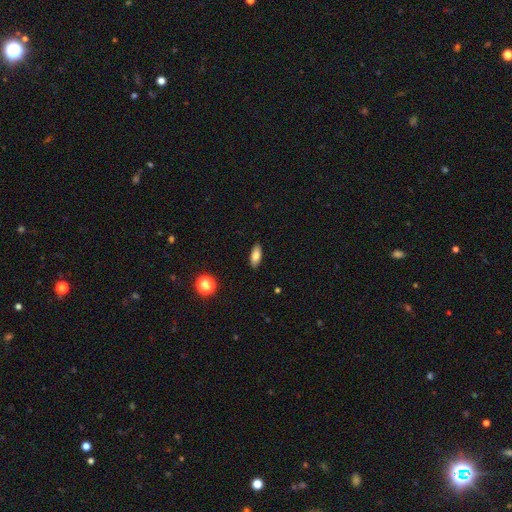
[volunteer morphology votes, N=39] A smooth galaxy with no disk features (85%) that is in between round and cigar-shaped (82%).

Vote fractions:
- Smooth or featured? smooth: 85% / featured or disk: 10% / star or artifact: 5%
- How rounded? in between: 82% / round: 12% / cigar-shaped: 6%
- Merging? none: 89% / minor disturbance: 11% / major disturbance: 0% / merger: 0%